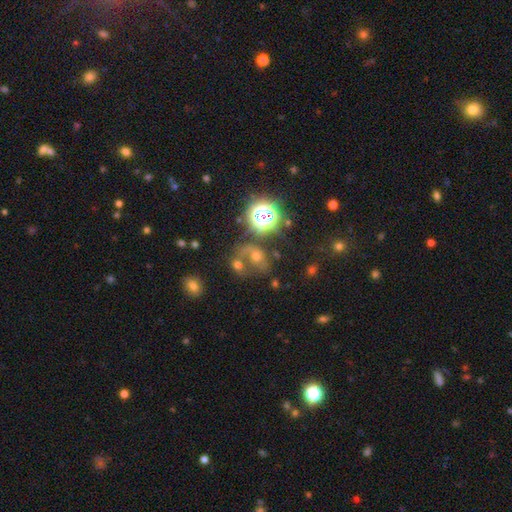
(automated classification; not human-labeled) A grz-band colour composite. It shows a star or artifact, not a galaxy (35%, tied with smooth).